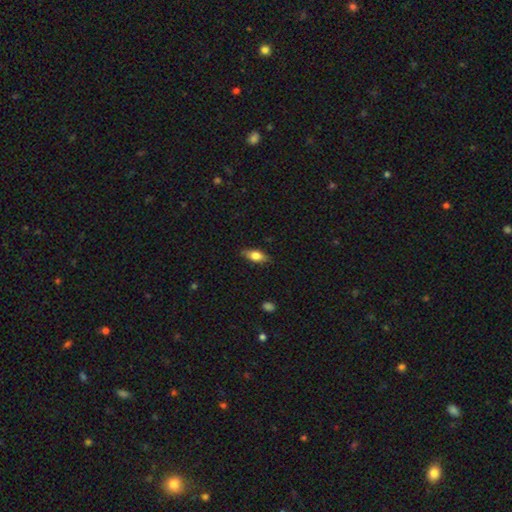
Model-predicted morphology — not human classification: Q: Smooth or featured?
A: smooth (71%); runner-up: featured or disk (22%)
Q: How rounded?
A: in between (78%); runner-up: cigar-shaped (18%)
Q: Merging?
A: none (85%); runner-up: minor disturbance (12%)